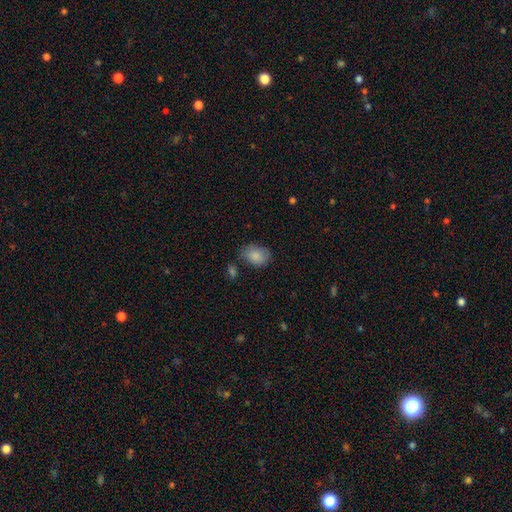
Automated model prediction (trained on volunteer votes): The model was most divided on "merging": none: 65%, minor disturbance: 24%, major disturbance: 6%, merger: 5%. More confident: smooth or featured — smooth (86%); how rounded — in between (78%).